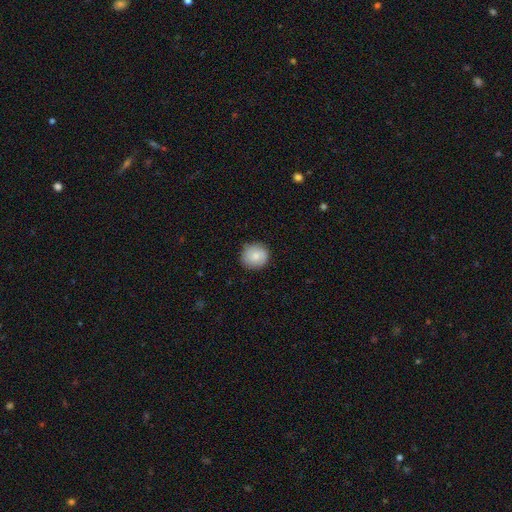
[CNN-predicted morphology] A smooth galaxy with no disk features (79%) that is round (91%).

Vote fractions:
- Smooth or featured? smooth: 79% / featured or disk: 14% / star or artifact: 7%
- How rounded? round: 91% / in between: 8% / cigar-shaped: 1%
- Merging? none: 87% / minor disturbance: 10% / major disturbance: 2% / merger: 1%